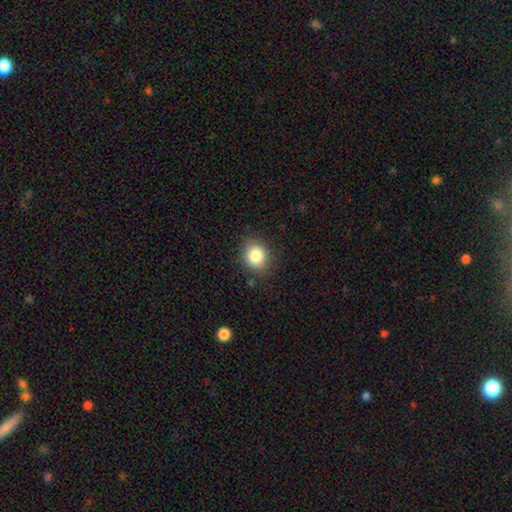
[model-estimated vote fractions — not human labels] A smooth galaxy with no disk features (83%) that is round (75%).

Vote fractions:
- Smooth or featured? smooth: 83% / star or artifact: 10% / featured or disk: 6%
- How rounded? round: 75% / in between: 25% / cigar-shaped: 1%
- Merging? none: 85% / minor disturbance: 11% / major disturbance: 3% / merger: 1%